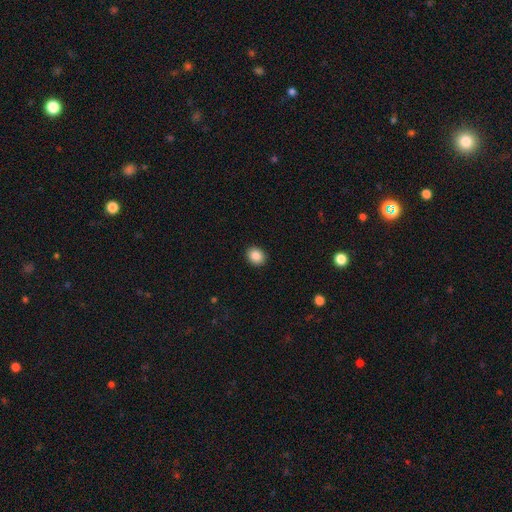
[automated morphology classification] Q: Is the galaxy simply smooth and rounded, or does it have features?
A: smooth — 88%.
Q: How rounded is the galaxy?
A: round — 61%.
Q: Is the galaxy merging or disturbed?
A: none — 91%.